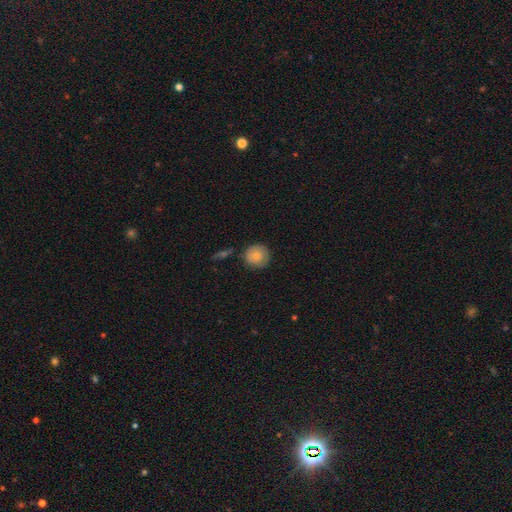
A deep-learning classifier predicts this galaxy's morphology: A smooth galaxy with no disk features (77%) that is round (92%).

Vote fractions:
- Smooth or featured? smooth: 77% / featured or disk: 16% / star or artifact: 7%
- How rounded? round: 92% / in between: 7% / cigar-shaped: 1%
- Merging? none: 81% / minor disturbance: 13% / merger: 3% / major disturbance: 3%